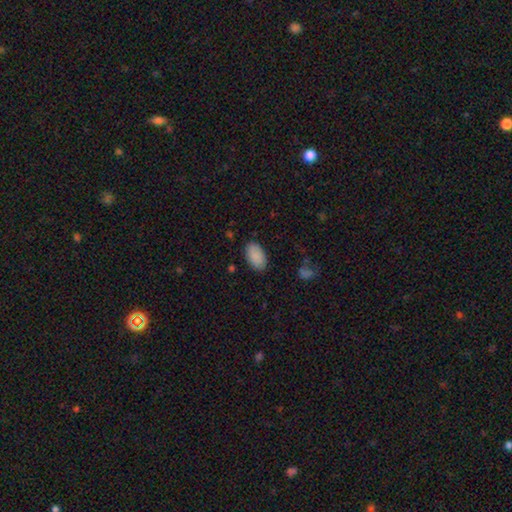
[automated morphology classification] A smooth galaxy with no disk features (90%) that is in between round and cigar-shaped (94%). Merging: none (86%).